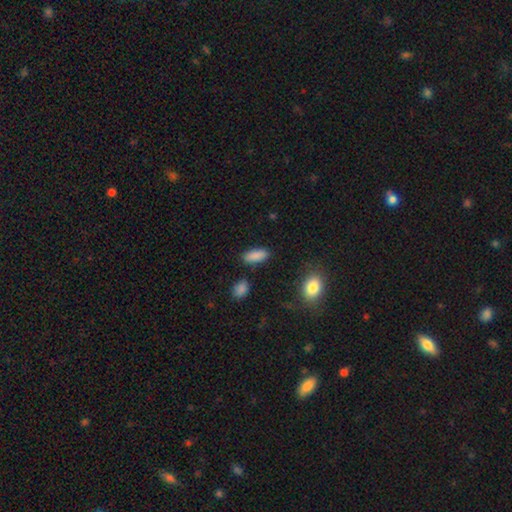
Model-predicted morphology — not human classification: smooth_or_featured: smooth (p=0.88) [alt: star or artifact p=0.08]
how_rounded: in between (p=0.79) [alt: cigar-shaped p=0.19]
merging: none (p=0.85) [alt: minor disturbance p=0.09]